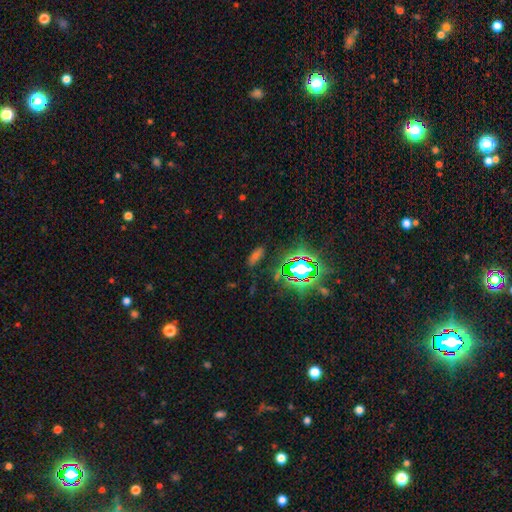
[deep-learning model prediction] smooth_or_featured: star or artifact (p=0.46) [alt: smooth p=0.39]